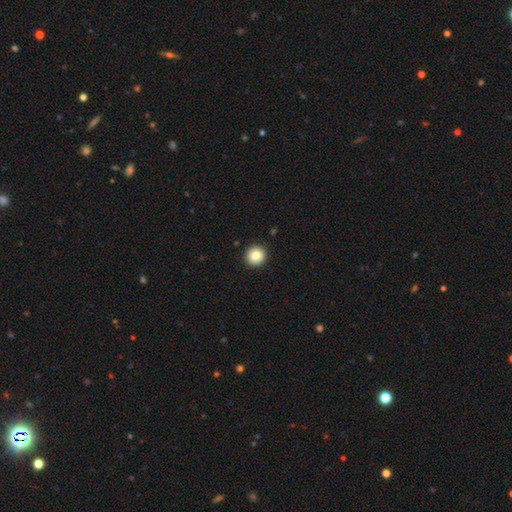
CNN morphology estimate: smooth 84%, star or artifact 9%, featured or disk 7%. Down the decision tree: how rounded — round (93%); merging — none (92%).